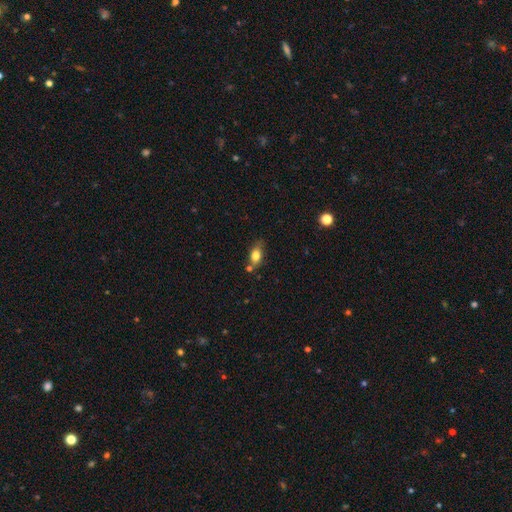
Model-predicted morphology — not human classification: smooth-or-featured: smooth: 78% | featured or disk: 13% | star or artifact: 9%
  how-rounded: in between: 80% | round: 13% | cigar-shaped: 6%
  merging: none: 62% | minor disturbance: 22% | merger: 10% | major disturbance: 6%